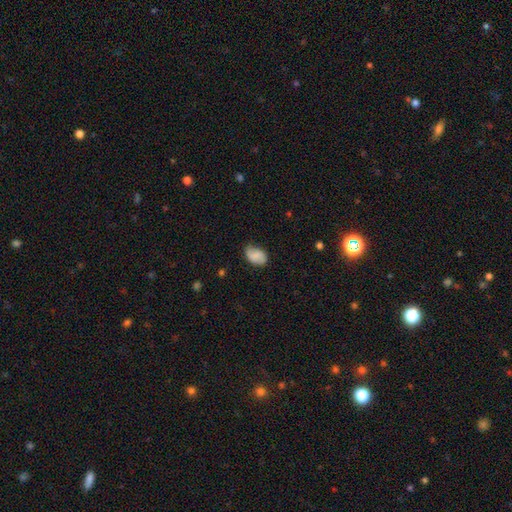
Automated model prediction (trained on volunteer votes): Smooth or featured? smooth (74%)
How rounded? in between (87%)
Merging? none (72%)